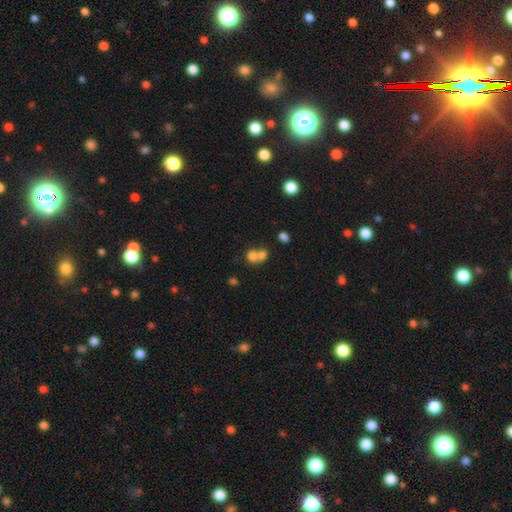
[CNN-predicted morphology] smooth-or-featured: smooth: 73% | featured or disk: 14% | star or artifact: 12%
  how-rounded: round: 71% | in between: 28% | cigar-shaped: 1%
  merging: merger: 63% | none: 29% | minor disturbance: 5% | major disturbance: 3%